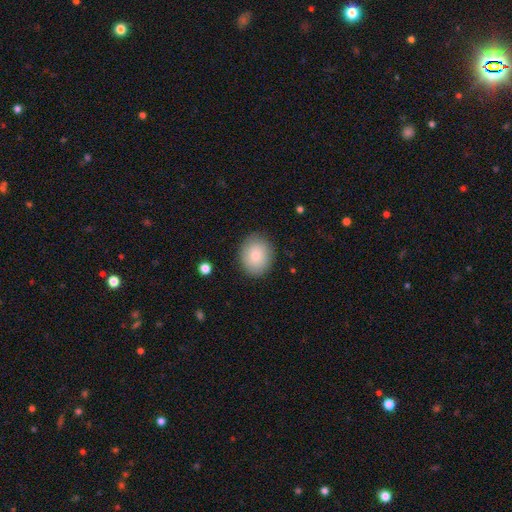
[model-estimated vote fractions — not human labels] Overall: smooth (83%). How rounded: round (54%; in between 45%). Merging: none (86%).